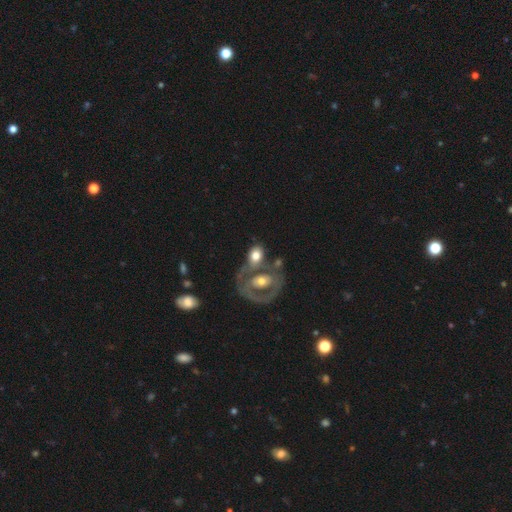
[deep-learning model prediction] Smooth or featured: smooth — 51% (featured or disk — 43%)
How rounded: in between — 66% (round — 32%)
Merging: merger — 43% (none — 34%)